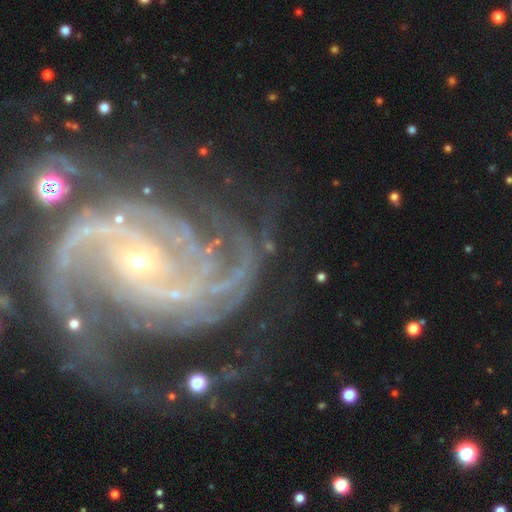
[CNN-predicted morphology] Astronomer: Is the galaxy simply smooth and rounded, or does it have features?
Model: featured or disk — 92%.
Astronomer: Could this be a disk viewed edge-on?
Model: no — 98%.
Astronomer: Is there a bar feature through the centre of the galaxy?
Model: no — 57%.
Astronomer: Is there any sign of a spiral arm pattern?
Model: yes — 98%.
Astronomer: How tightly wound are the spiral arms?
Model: medium — 45% (runner-up: tight, 43%).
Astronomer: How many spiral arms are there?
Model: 2 — 35% (runner-up: 3, 20%).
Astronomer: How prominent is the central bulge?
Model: small — 82%.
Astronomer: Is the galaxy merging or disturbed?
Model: none — 56%.